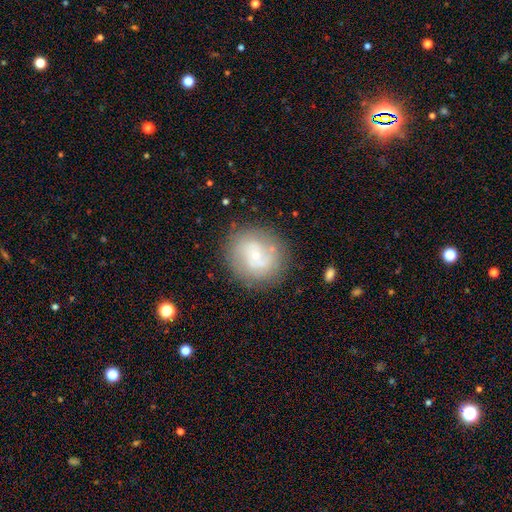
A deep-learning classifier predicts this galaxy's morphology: Q: Smooth or featured?
A: featured or disk (54%); runner-up: smooth (37%)
Q: Edge-on disk?
A: no (96%); runner-up: yes (4%)
Q: Bar?
A: no (70%); runner-up: weak (24%)
Q: Spiral arms?
A: yes (62%); runner-up: no (38%)
Q: Bulge size?
A: small (73%); runner-up: moderate (23%)
Q: Merging?
A: none (79%); runner-up: minor disturbance (13%)